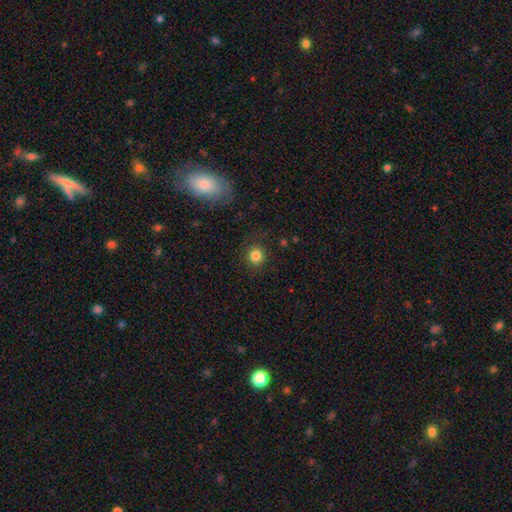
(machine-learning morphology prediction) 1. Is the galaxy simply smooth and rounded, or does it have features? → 83% smooth, 12% star or artifact, 5% featured or disk.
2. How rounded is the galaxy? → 91% round, 8% in between, 1% cigar-shaped.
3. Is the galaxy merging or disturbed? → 88% none, 8% minor disturbance, 3% major disturbance, 1% merger.